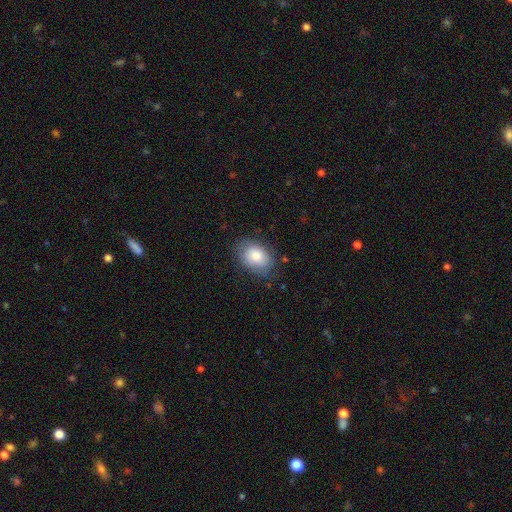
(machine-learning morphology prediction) Q: Smooth or featured?
A: smooth (82%); runner-up: featured or disk (10%)
Q: How rounded?
A: in between (81%); runner-up: round (18%)
Q: Merging?
A: none (76%); runner-up: minor disturbance (18%)